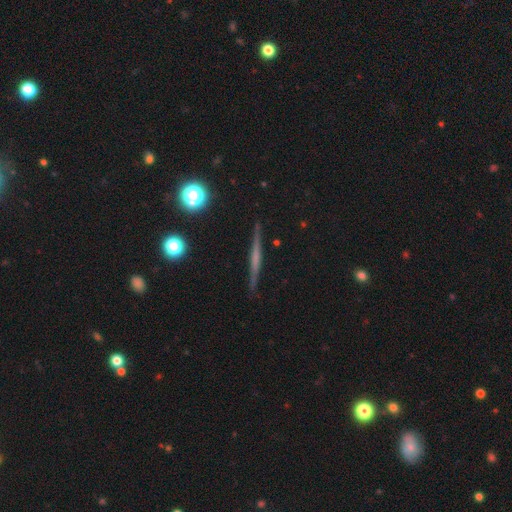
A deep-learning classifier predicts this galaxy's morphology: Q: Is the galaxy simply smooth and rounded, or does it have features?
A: featured or disk — 62%.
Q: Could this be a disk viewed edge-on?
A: yes — 97%.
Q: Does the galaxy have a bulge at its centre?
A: none — 69%.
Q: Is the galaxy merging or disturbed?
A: none — 91%.